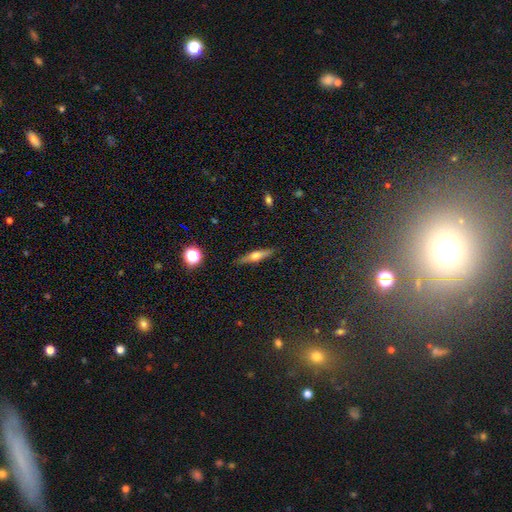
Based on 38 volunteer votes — Smooth or featured: smooth — 61% (featured or disk — 37%)
How rounded: cigar-shaped — 74% (in between — 26%)
Merging: none — 95% (minor disturbance — 5%)